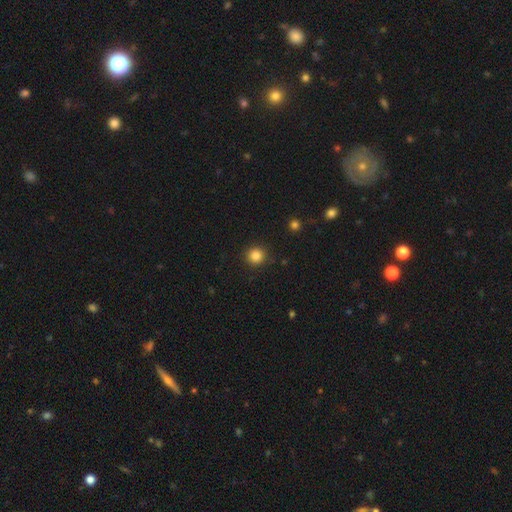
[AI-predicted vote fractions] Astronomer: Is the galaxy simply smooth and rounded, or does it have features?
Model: smooth — 85%.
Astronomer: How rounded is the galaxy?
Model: round — 94%.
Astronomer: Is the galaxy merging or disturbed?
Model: none — 91%.